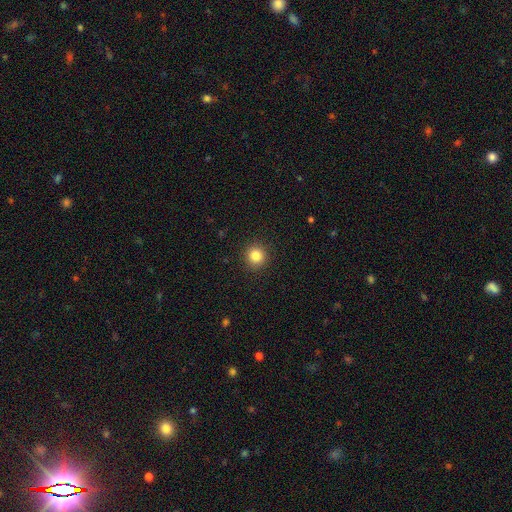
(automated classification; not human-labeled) This is clearly a smooth galaxy (84%). How rounded: clearly round (93%). Merging: clearly none (91%).